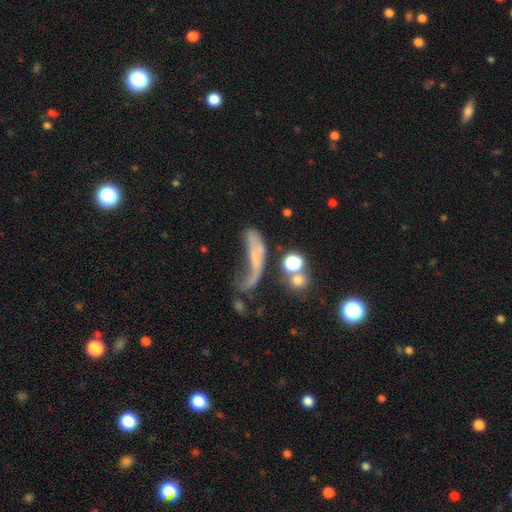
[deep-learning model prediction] smooth_or_featured: featured or disk (p=0.48) [alt: smooth p=0.37]
merging: major disturbance (p=0.44) [alt: merger p=0.22]